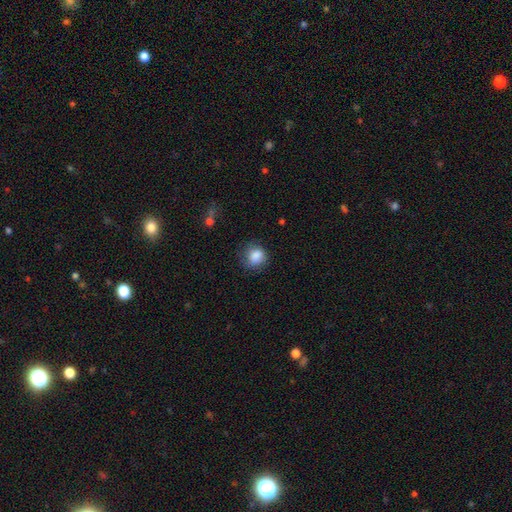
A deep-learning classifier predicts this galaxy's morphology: This is clearly a smooth galaxy (85%). How rounded: likely round (77%). Merging: likely none (69%).